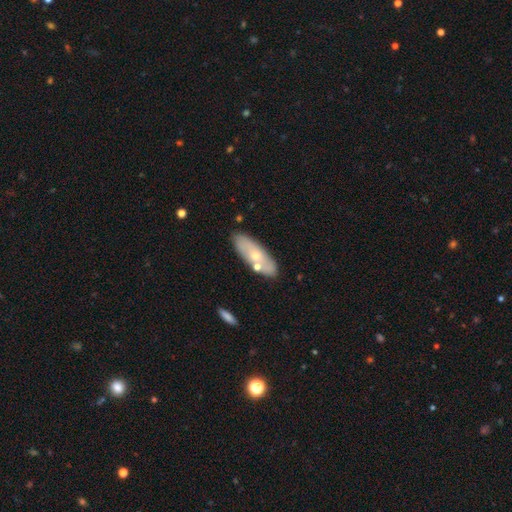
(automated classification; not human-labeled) The model was most divided on "smooth or featured": smooth: 55%, featured or disk: 38%, star or artifact: 7%. More confident: merging — none (75%); how rounded — in between (62%).